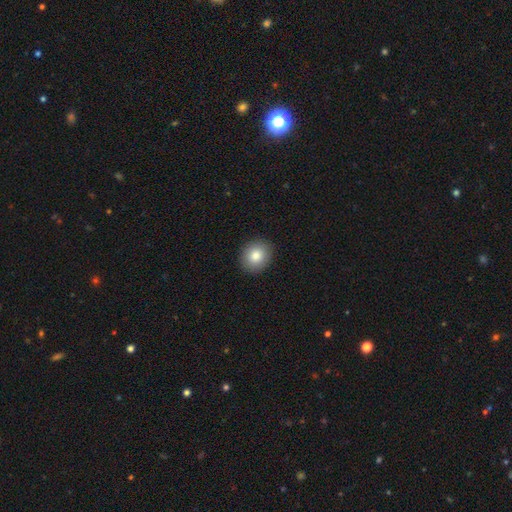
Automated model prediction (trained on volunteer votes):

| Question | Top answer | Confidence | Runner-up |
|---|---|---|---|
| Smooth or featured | smooth | 82% | featured or disk (9%) |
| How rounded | round | 71% | in between (28%) |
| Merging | none | 91% | minor disturbance (7%) |